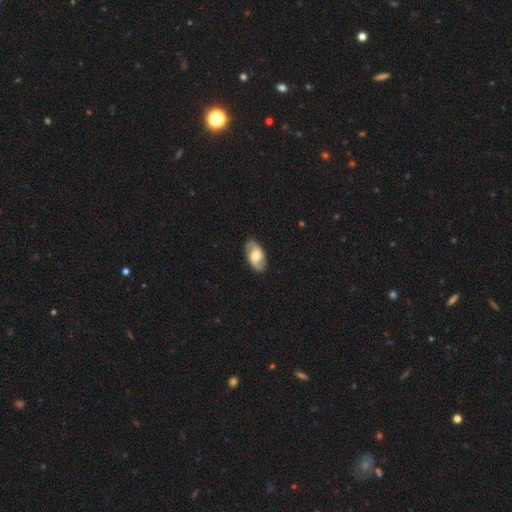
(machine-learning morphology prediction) Smooth or featured? Predicted: featured or disk (p=0.66). Edge-on disk? Predicted: no (p=0.95). Bar? Predicted: no (p=0.57). Spiral arms? Predicted: yes (p=0.88). Spiral winding? Predicted: medium (p=0.43). Spiral arm count? Predicted: 2 (p=0.89). Bulge size? Predicted: moderate (p=0.67). Merging? Predicted: none (p=0.85).